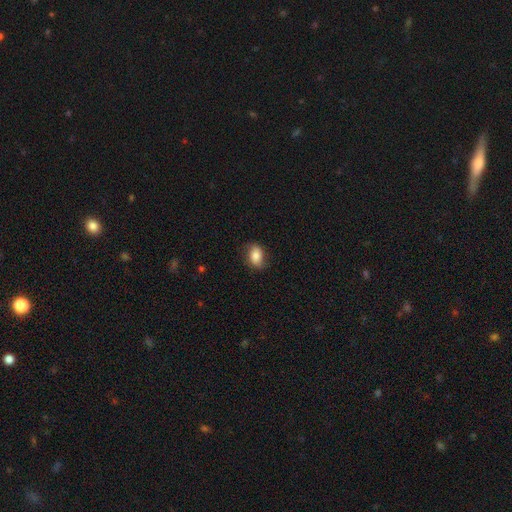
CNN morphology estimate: smooth_or_featured: smooth (p=0.79) [alt: featured or disk p=0.13]
how_rounded: in between (p=0.78) [alt: round p=0.20]
merging: none (p=0.77) [alt: minor disturbance p=0.18]